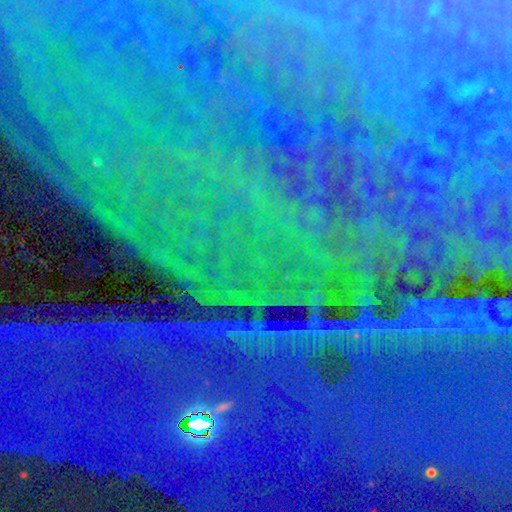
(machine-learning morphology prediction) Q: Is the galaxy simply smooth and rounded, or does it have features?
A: star or artifact — 86%.